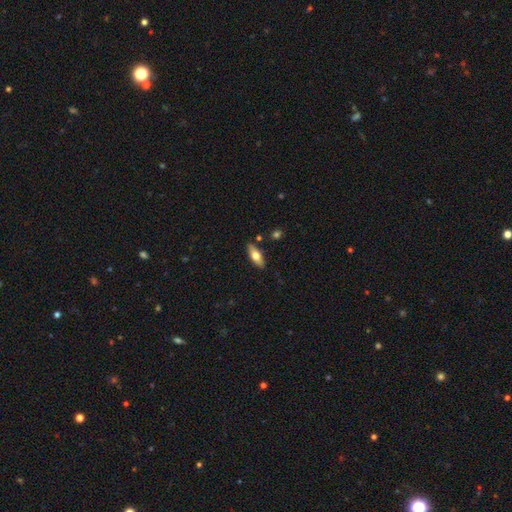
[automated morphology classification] A smooth galaxy with no disk features (56%) that is in between round and cigar-shaped (62%). Merging: none (86%).